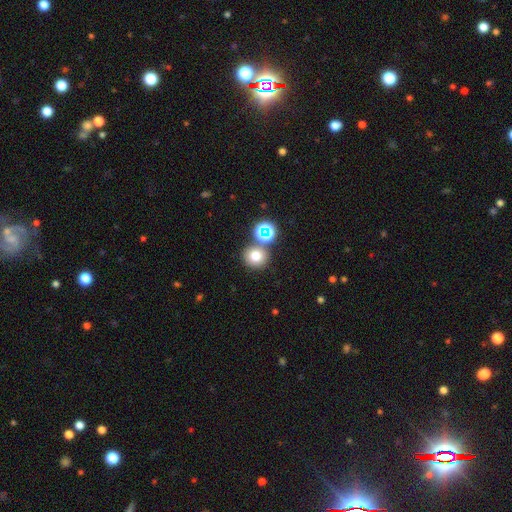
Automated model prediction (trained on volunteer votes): This is likely a smooth galaxy (72%). How rounded: clearly round (86%). Merging: likely none (70%).